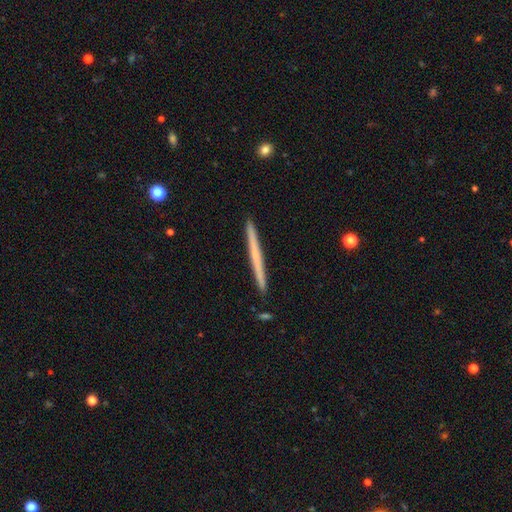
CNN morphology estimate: This is possibly a smooth galaxy (48%). Merging: clearly none (93%).